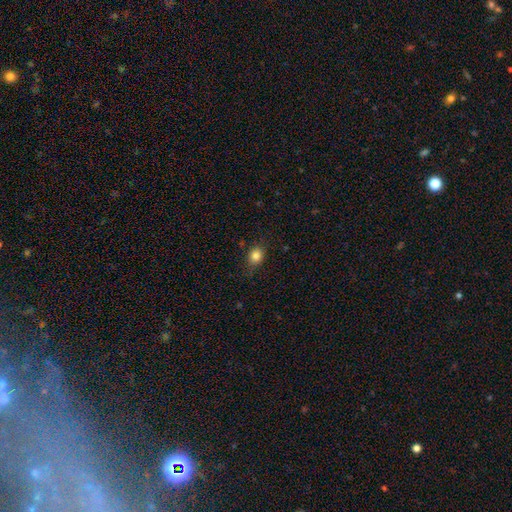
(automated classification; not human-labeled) Smooth or featured?
  - smooth: 83% *
  - star or artifact: 11%
  - featured or disk: 6%
How rounded?
  - round: 58% *
  - in between: 40%
  - cigar-shaped: 1%
Merging?
  - none: 80% *
  - minor disturbance: 16%
  - major disturbance: 3%
  - merger: 1%